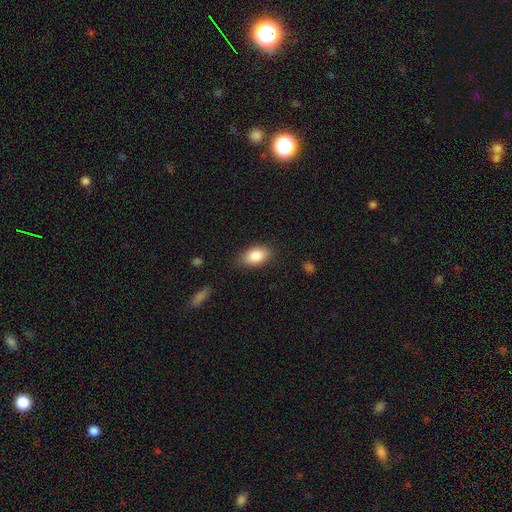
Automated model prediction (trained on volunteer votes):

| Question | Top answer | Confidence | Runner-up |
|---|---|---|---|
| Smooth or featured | smooth | 86% | featured or disk (7%) |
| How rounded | in between | 91% | round (7%) |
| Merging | none | 83% | minor disturbance (13%) |